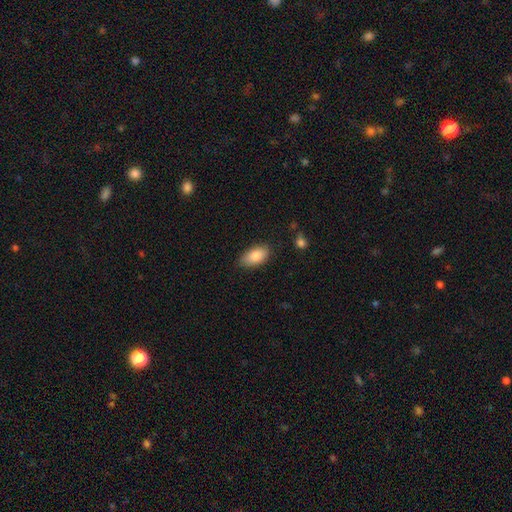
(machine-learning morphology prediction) Smooth or featured: smooth — 84% (featured or disk — 9%)
How rounded: in between — 92% (cigar-shaped — 4%)
Merging: none — 82% (minor disturbance — 14%)